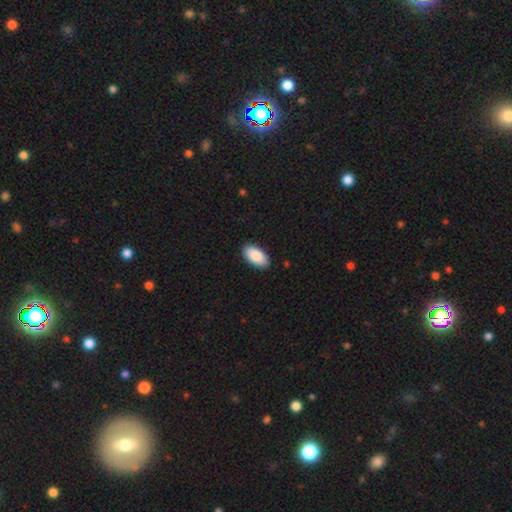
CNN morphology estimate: type=smooth (88%); roundness=in between (95%); merging=none (90%).